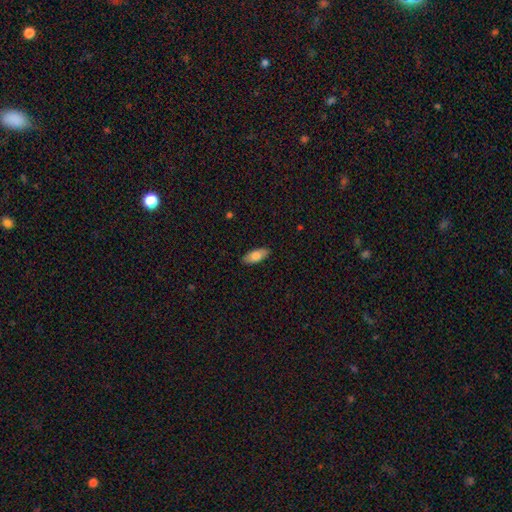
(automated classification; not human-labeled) This appears to be a smooth galaxy with no disk features (78%) that is in between round and cigar-shaped (84%). Merging: none (88%).